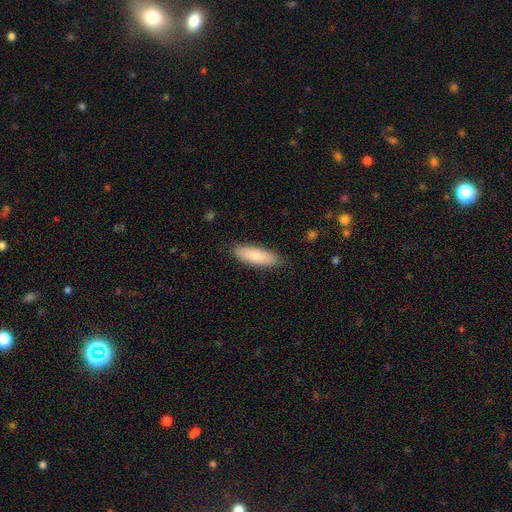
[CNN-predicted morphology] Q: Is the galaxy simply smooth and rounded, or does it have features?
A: smooth — 84%.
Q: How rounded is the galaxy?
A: in between — 51%.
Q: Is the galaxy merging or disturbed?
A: none — 87%.